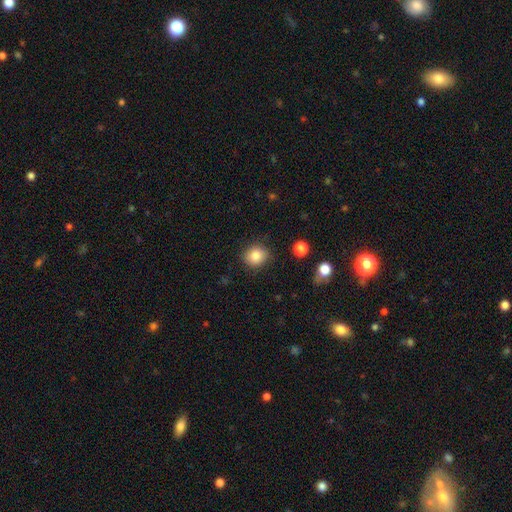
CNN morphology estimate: smooth 84%, star or artifact 10%, featured or disk 6%. Down the decision tree: how rounded — round (78%); merging — none (85%).